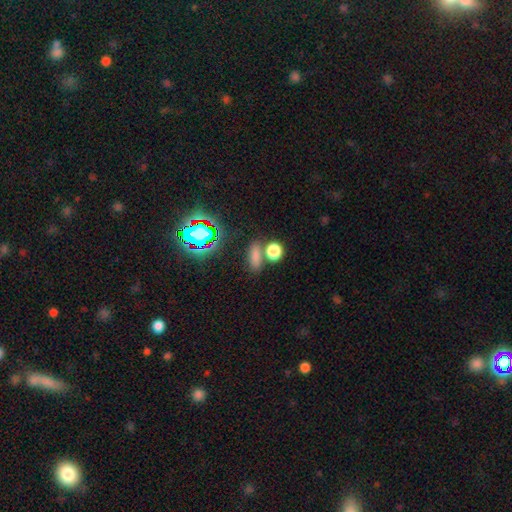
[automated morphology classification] A smooth galaxy with no disk features (74%) that is in between round and cigar-shaped (61%). Merging: none (65%).